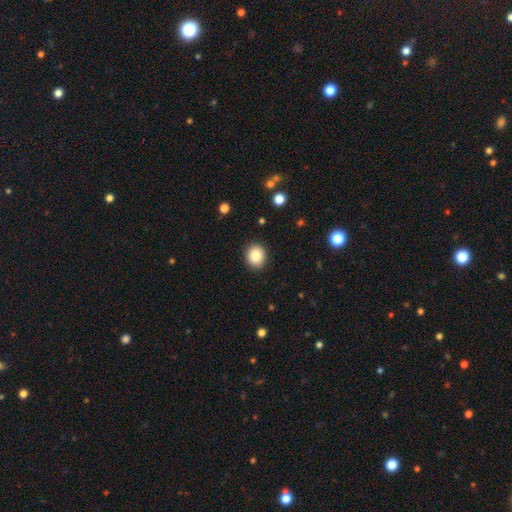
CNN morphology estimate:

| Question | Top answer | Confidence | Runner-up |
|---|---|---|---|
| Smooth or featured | smooth | 86% | star or artifact (9%) |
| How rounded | round | 77% | in between (22%) |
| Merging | none | 91% | minor disturbance (7%) |